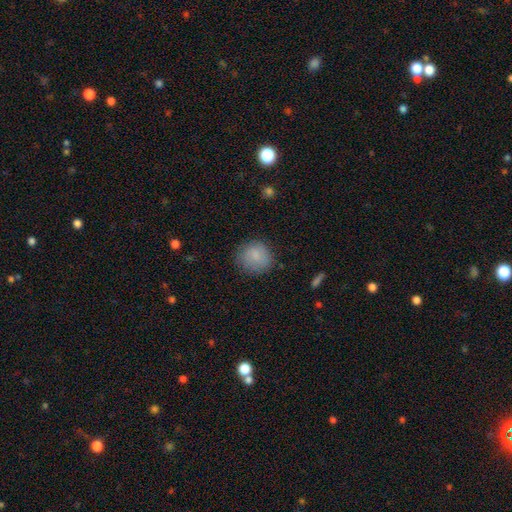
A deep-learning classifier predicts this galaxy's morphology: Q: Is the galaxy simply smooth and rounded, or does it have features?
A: smooth — 83%.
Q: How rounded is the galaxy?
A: round — 84%.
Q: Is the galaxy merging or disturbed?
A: none — 77%.